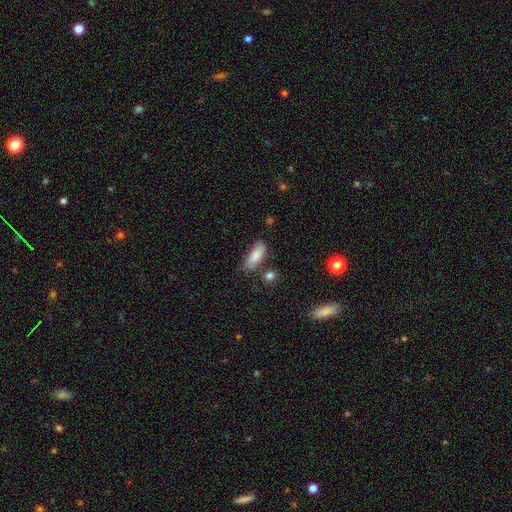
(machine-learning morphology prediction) Smooth or featured? Predicted: smooth (p=0.84). How rounded? Predicted: in between (p=0.78). Merging? Predicted: none (p=0.66).